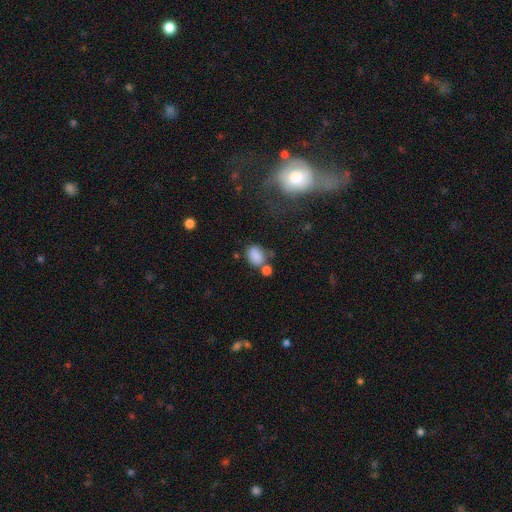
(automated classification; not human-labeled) A smooth galaxy with no disk features (82%) that is in between round and cigar-shaped (71%).

Vote fractions:
- Smooth or featured? smooth: 82% / star or artifact: 11% / featured or disk: 7%
- How rounded? in between: 71% / round: 27% / cigar-shaped: 1%
- Merging? none: 50% / merger: 22% / minor disturbance: 19% / major disturbance: 9%